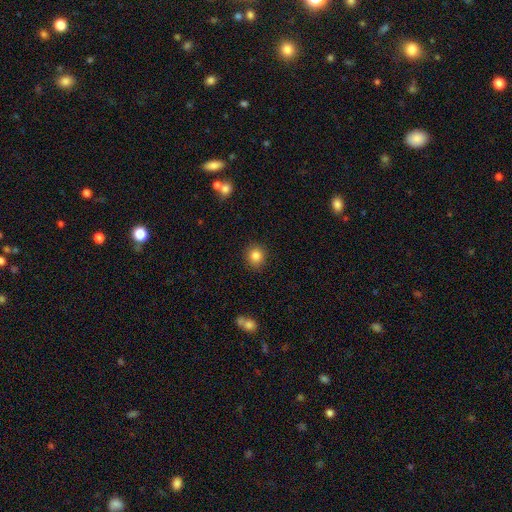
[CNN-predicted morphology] smooth_or_featured: smooth (p=0.84) [alt: star or artifact p=0.10]
how_rounded: round (p=0.87) [alt: in between p=0.12]
merging: none (p=0.90) [alt: minor disturbance p=0.07]